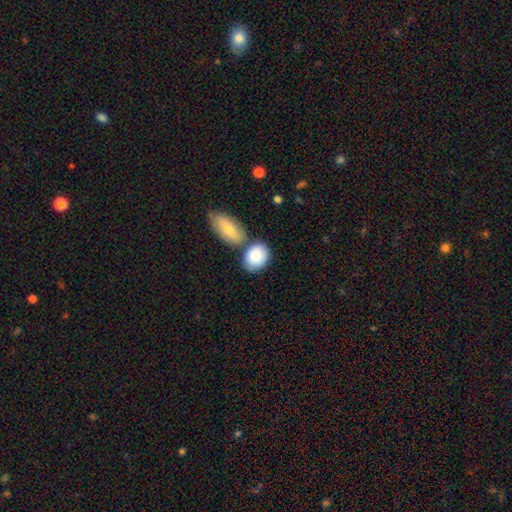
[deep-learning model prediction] Q: Smooth or featured?
A: smooth (86%); runner-up: featured or disk (9%)
Q: How rounded?
A: in between (65%); runner-up: round (33%)
Q: Merging?
A: none (55%); runner-up: merger (29%)